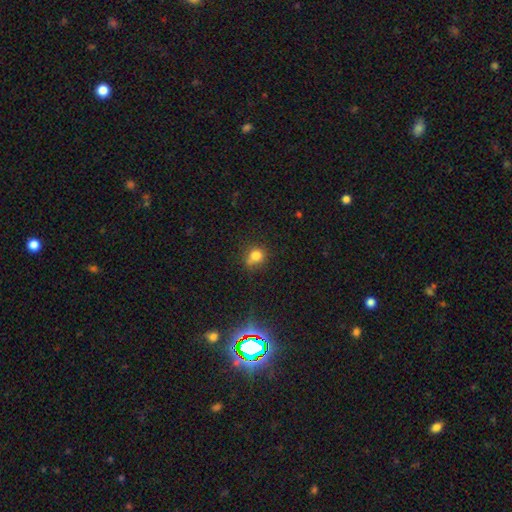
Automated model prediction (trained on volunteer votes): Morphology: type=smooth (78%); roundness=round (81%); merging=none (60%).